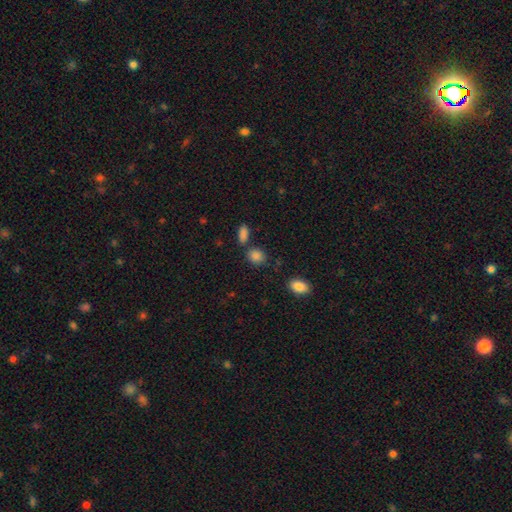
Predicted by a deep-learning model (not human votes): smooth_or_featured: smooth (p=0.86) [alt: star or artifact p=0.10]
how_rounded: round (p=0.54) [alt: in between p=0.44]
merging: none (p=0.69) [alt: merger p=0.14]